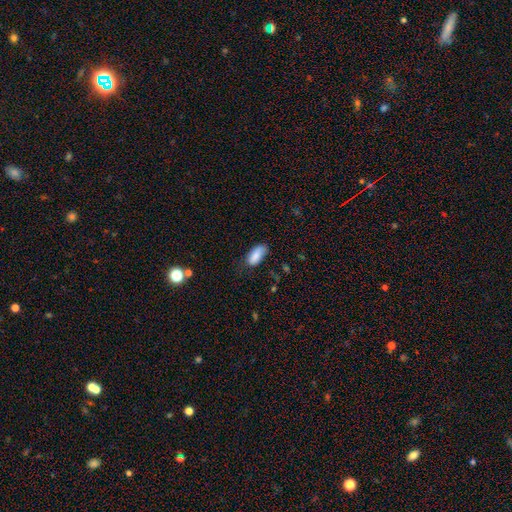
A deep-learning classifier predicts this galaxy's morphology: smooth_or_featured: smooth (p=0.85) [alt: featured or disk p=0.08]
how_rounded: in between (p=0.89) [alt: cigar-shaped p=0.09]
merging: none (p=0.62) [alt: minor disturbance p=0.29]